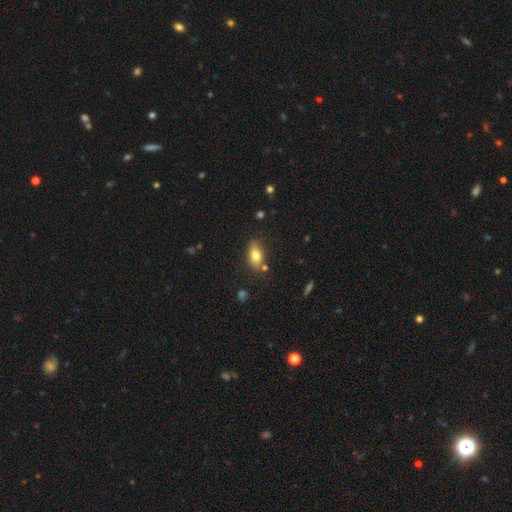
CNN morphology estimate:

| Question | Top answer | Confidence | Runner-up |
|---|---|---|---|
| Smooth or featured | smooth | 79% | featured or disk (13%) |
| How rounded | in between | 85% | round (10%) |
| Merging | none | 73% | minor disturbance (17%) |